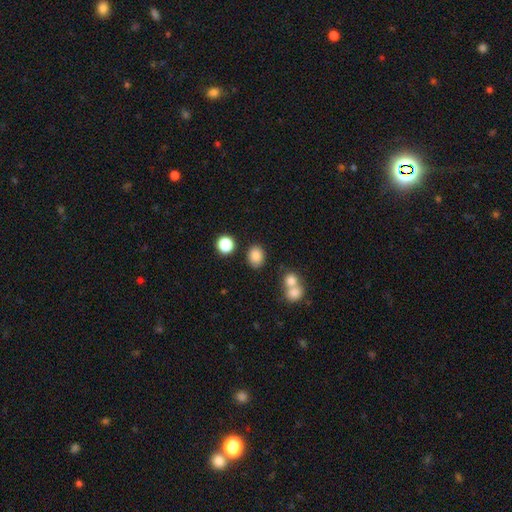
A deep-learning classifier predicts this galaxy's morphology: This appears to be a smooth galaxy with no disk features (83%) that is in between round and cigar-shaped (53%). Merging: none (80%).